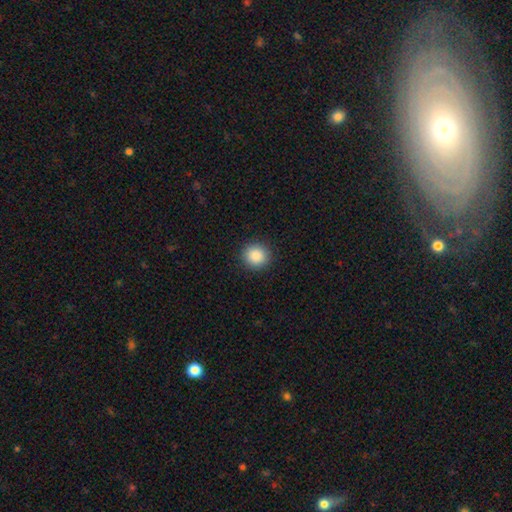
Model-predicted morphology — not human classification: Q: Smooth or featured?
A: smooth (89%); runner-up: star or artifact (9%)
Q: How rounded?
A: round (91%); runner-up: in between (8%)
Q: Merging?
A: none (92%); runner-up: minor disturbance (6%)